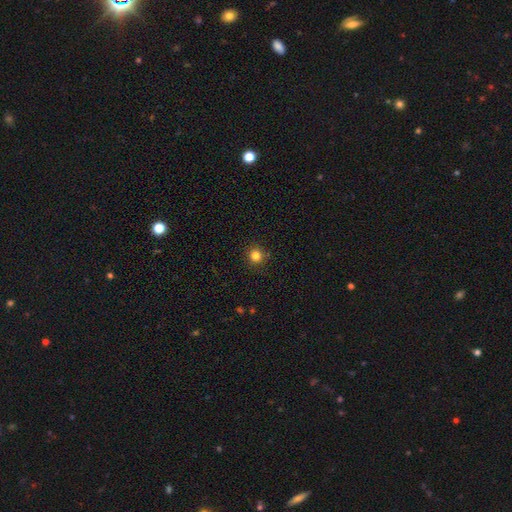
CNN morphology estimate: smooth_or_featured: smooth (p=0.82) [alt: star or artifact p=0.13]
how_rounded: round (p=0.93) [alt: in between p=0.06]
merging: none (p=0.90) [alt: minor disturbance p=0.07]